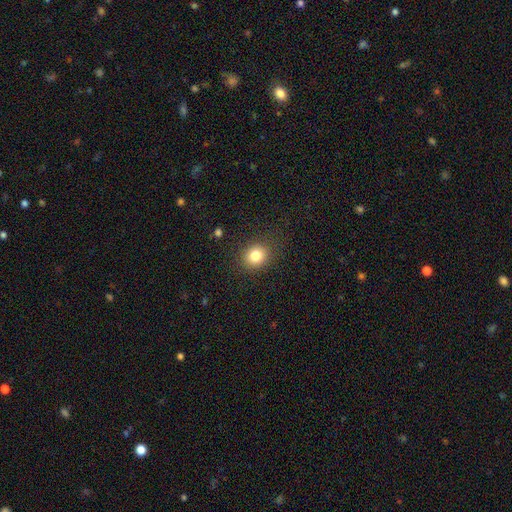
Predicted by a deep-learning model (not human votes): smooth_or_featured: smooth (p=0.81) [alt: star or artifact p=0.12]
how_rounded: round (p=0.73) [alt: in between p=0.26]
merging: none (p=0.87) [alt: minor disturbance p=0.09]